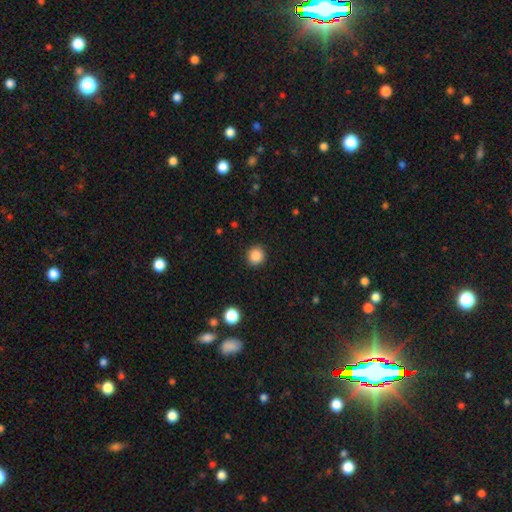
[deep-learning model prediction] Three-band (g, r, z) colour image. It shows a smooth galaxy with no disk features (87%) that is round (89%). Merging: none (91%).